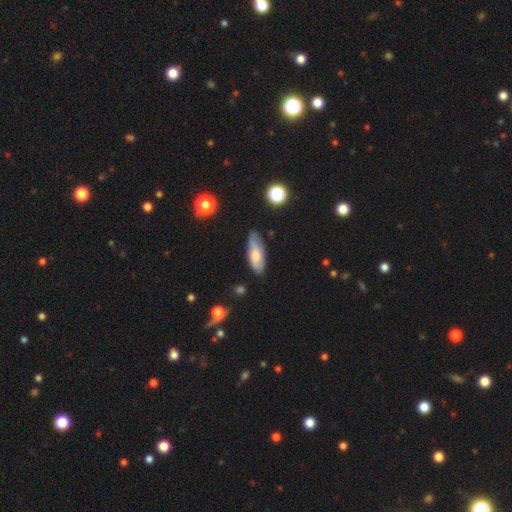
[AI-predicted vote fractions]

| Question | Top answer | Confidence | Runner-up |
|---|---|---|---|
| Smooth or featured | smooth | 65% | featured or disk (28%) |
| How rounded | in between | 67% | cigar-shaped (31%) |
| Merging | none | 74% | minor disturbance (21%) |